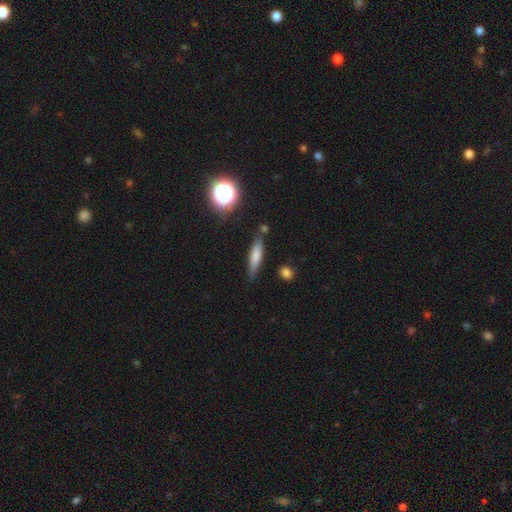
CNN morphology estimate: A smooth galaxy with no disk features (70%) that is cigar-shaped (73%). Merging: none (78%).